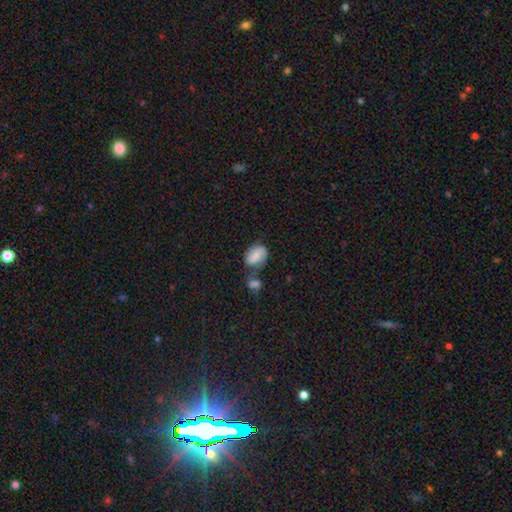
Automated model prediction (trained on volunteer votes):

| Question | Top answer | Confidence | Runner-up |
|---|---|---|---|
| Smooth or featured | smooth | 67% | featured or disk (23%) |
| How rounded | in between | 83% | round (15%) |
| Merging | none | 40% | merger (31%) |